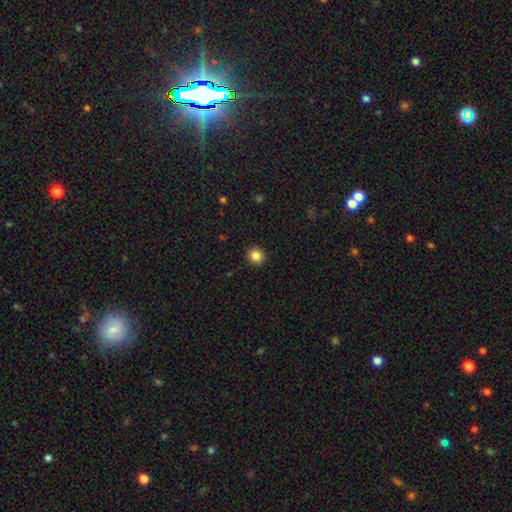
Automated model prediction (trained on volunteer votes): The model was most divided on "smooth or featured": smooth: 86%, star or artifact: 10%, featured or disk: 4%. More confident: merging — none (92%); how rounded — round (92%).